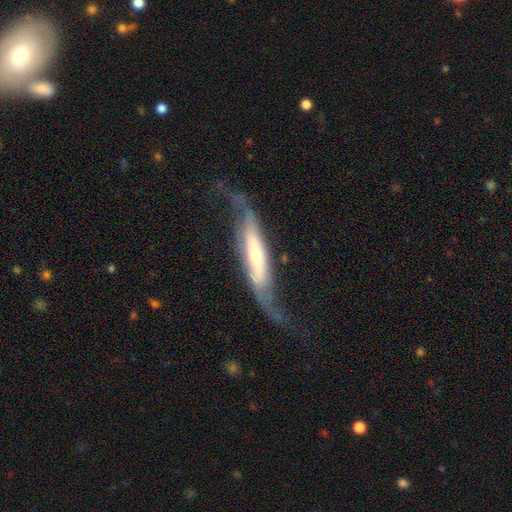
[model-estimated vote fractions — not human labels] This appears to be a featured or disk galaxy (71%). Merging: none (46%).